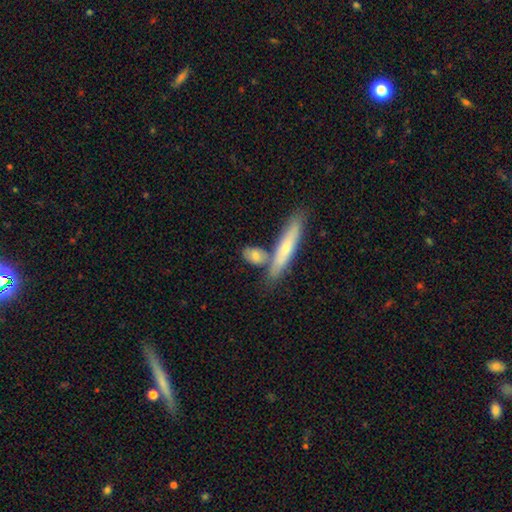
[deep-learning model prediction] smooth_or_featured: smooth (p=0.72) [alt: featured or disk p=0.22]
how_rounded: in between (p=0.56) [alt: cigar-shaped p=0.34]
merging: none (p=0.59) [alt: merger p=0.23]